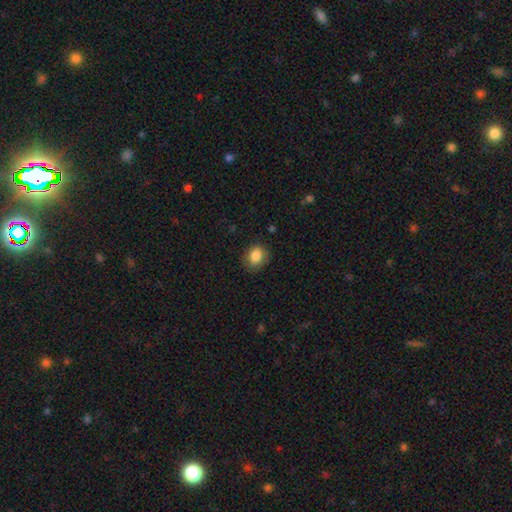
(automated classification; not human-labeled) smooth_or_featured: smooth (p=0.86) [alt: star or artifact p=0.09]
how_rounded: round (p=0.59) [alt: in between p=0.40]
merging: none (p=0.82) [alt: minor disturbance p=0.13]